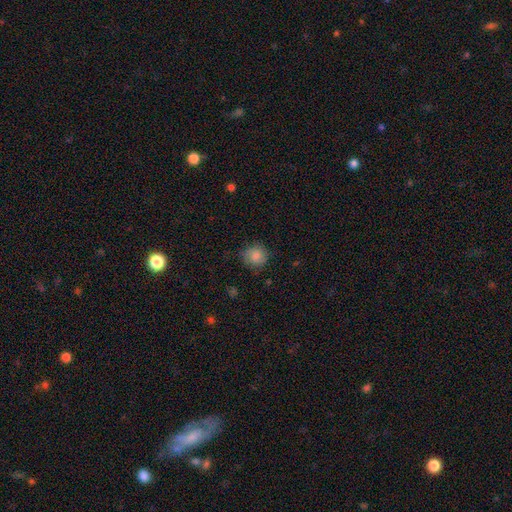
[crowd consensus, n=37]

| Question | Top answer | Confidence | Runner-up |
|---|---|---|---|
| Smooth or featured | smooth | 92% | featured or disk (5%) |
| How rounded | round | 94% | in between (6%) |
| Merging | none | 94% | minor disturbance (3%) |